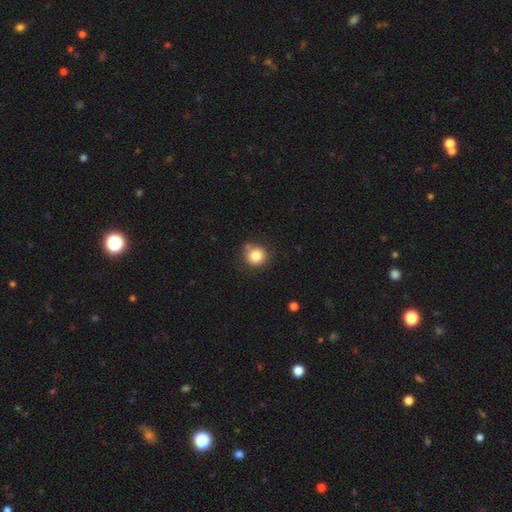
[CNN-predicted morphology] type=smooth (84%); roundness=round (90%); merging=none (73%).